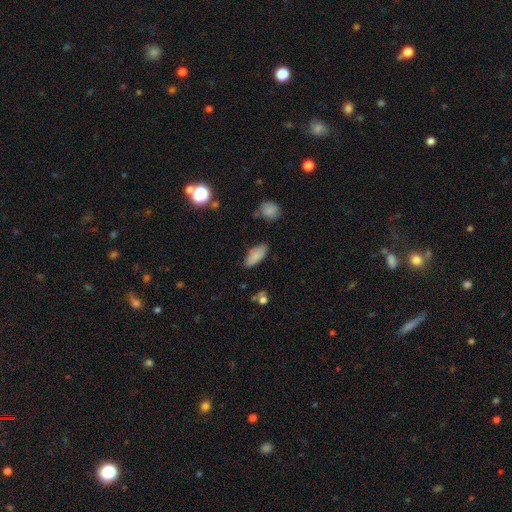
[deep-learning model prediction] A smooth galaxy with no disk features (82%) that is in between round and cigar-shaped (87%).

Vote fractions:
- Smooth or featured? smooth: 82% / featured or disk: 10% / star or artifact: 8%
- How rounded? in between: 87% / cigar-shaped: 11% / round: 2%
- Merging? none: 77% / minor disturbance: 17% / major disturbance: 3% / merger: 3%